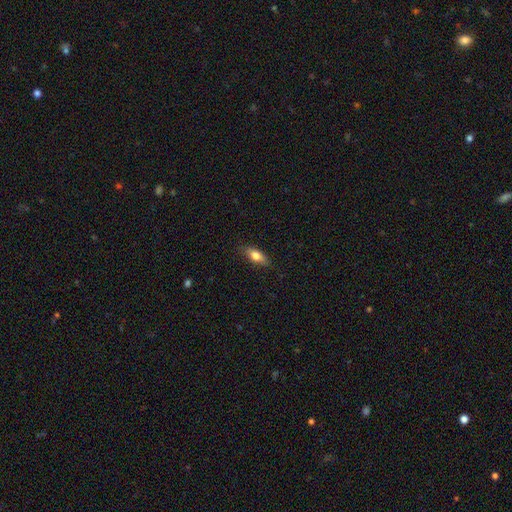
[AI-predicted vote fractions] This is likely a smooth galaxy (73%). How rounded: likely in between (72%). Merging: clearly none (83%).